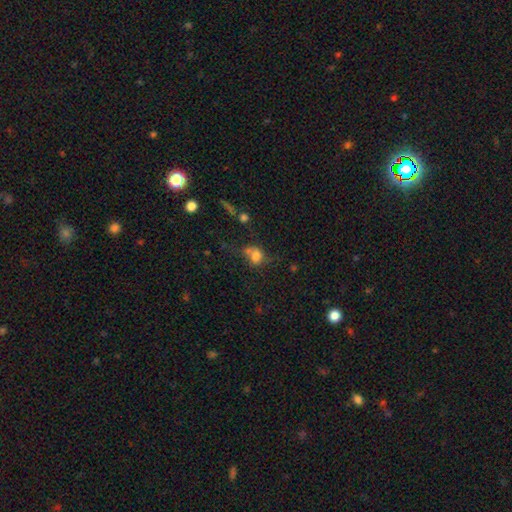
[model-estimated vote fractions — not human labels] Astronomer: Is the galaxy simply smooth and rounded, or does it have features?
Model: smooth — 71%.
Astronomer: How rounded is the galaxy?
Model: round — 58% (runner-up: in between, 40%).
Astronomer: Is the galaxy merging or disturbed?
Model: none — 39% (runner-up: merger, 27%).